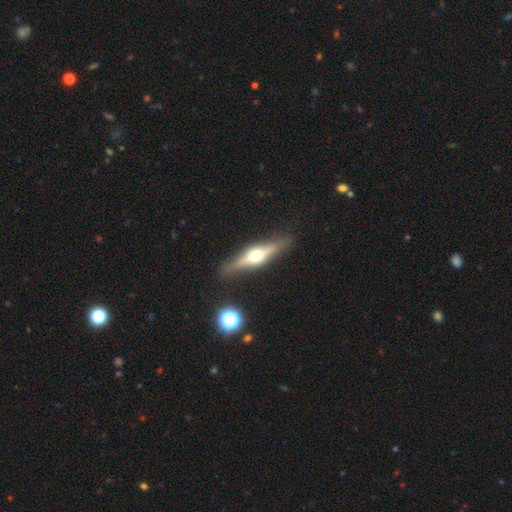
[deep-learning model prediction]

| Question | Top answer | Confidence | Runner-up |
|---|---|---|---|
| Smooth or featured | featured or disk | 68% | smooth (25%) |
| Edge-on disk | yes | 94% | no (6%) |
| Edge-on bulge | rounded | 91% | boxy (6%) |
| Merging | none | 86% | minor disturbance (10%) |